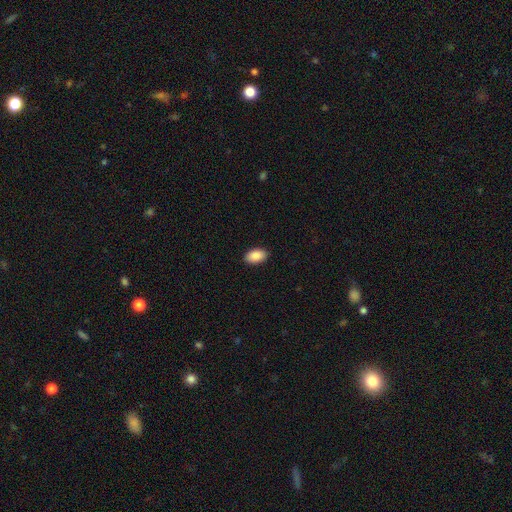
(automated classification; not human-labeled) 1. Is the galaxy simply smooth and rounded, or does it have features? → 90% smooth, 7% star or artifact, 4% featured or disk.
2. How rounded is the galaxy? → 94% in between, 4% round, 1% cigar-shaped.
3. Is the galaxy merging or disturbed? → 90% none, 8% minor disturbance, 2% major disturbance, 1% merger.